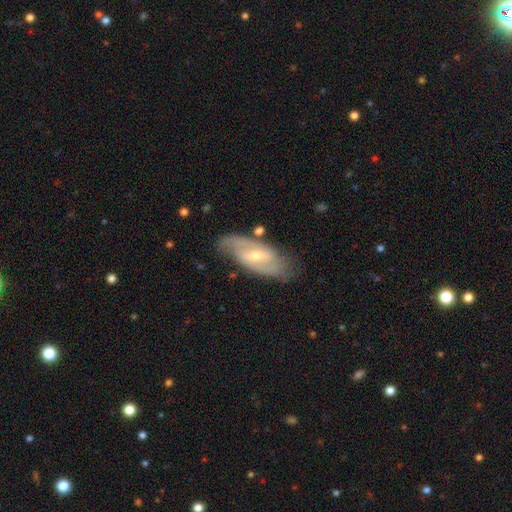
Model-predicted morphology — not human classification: The model was most divided on "bulge size": small: 56%, moderate: 41%, large: 1%, none: 1%, dominant: 1%. Remaining: edge-on disk — no (92%); spiral arms — yes (91%); spiral arm count — 2 (83%); smooth or featured — featured or disk (82%); merging — none (76%); bar — weak (49%); spiral winding — medium (48%).